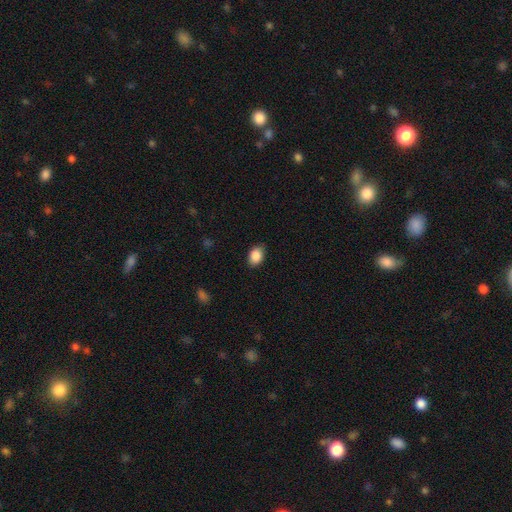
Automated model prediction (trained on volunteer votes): Morphology: type=smooth (88%); roundness=in between (82%); merging=none (85%).